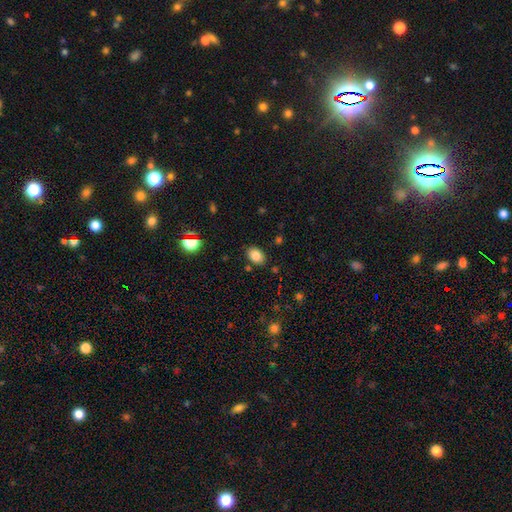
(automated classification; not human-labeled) Smooth or featured? Predicted: smooth (p=0.84). How rounded? Predicted: in between (p=0.80). Merging? Predicted: none (p=0.85).